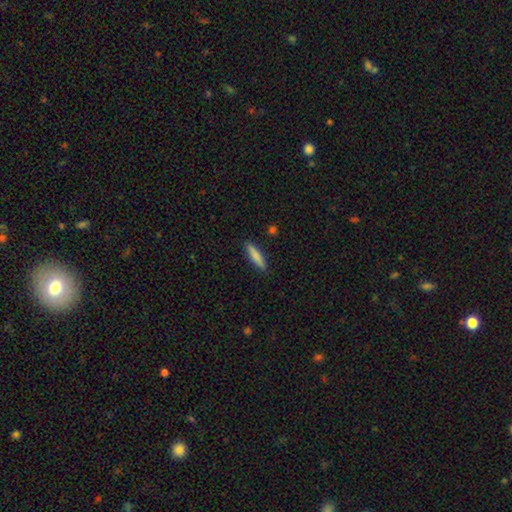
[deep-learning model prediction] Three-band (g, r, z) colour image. It shows a smooth galaxy with no disk features (83%) that is cigar-shaped (78%). Merging: none (89%).